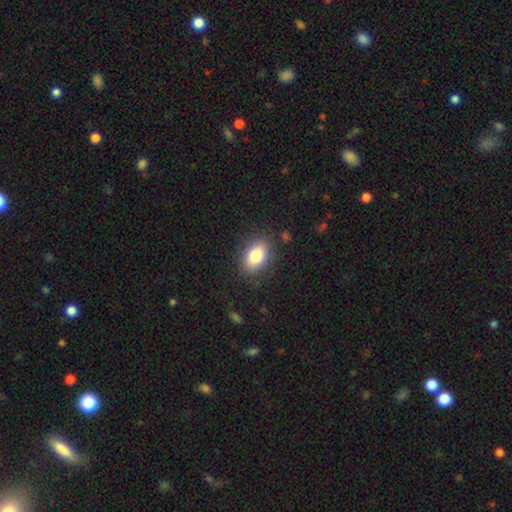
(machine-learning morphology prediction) Smooth or featured: smooth — 82% (featured or disk — 10%)
How rounded: in between — 82% (round — 16%)
Merging: none — 84% (minor disturbance — 11%)